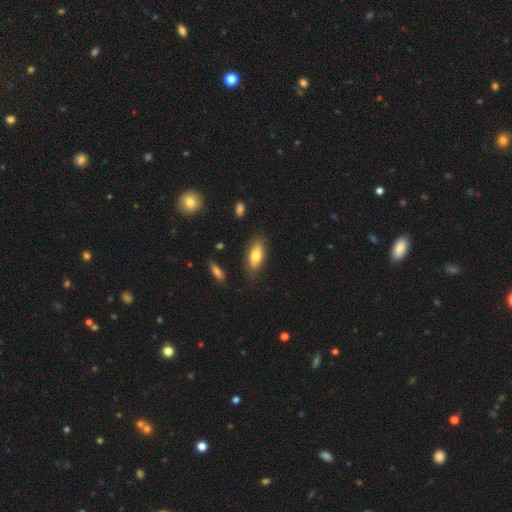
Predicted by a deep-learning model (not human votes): A smooth galaxy with no disk features (73%) that is in between round and cigar-shaped (83%). Merging: none (80%).